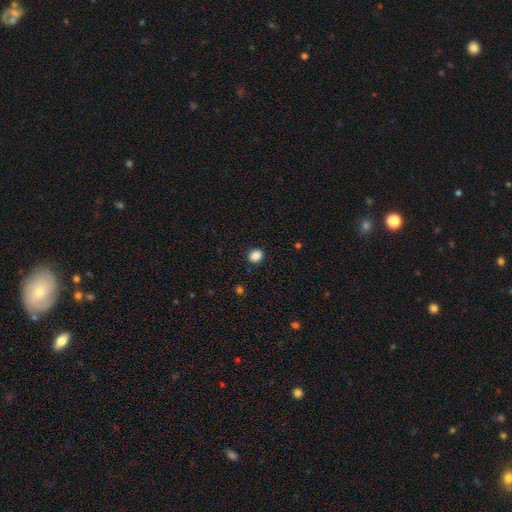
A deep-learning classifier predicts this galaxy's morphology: Overall: smooth (87%). How rounded: in between (53%; round 46%). Merging: none (88%).